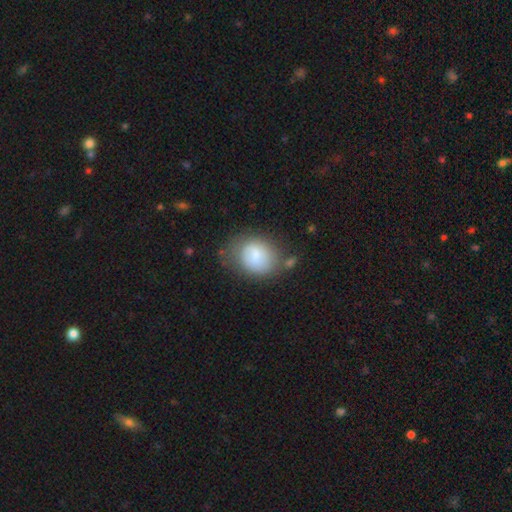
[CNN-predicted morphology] Q: Smooth or featured?
A: smooth (74%); runner-up: featured or disk (19%)
Q: How rounded?
A: round (57%); runner-up: in between (42%)
Q: Merging?
A: none (53%); runner-up: minor disturbance (26%)